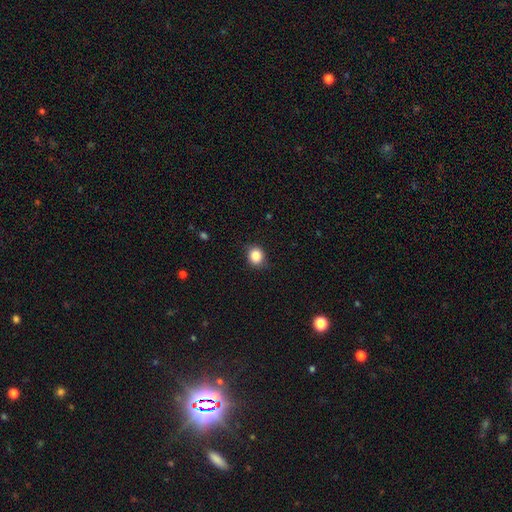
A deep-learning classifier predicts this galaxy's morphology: The model was most divided on "how rounded": round: 73%, in between: 26%, cigar-shaped: 1%. More confident: smooth or featured — smooth (86%); merging — none (85%).